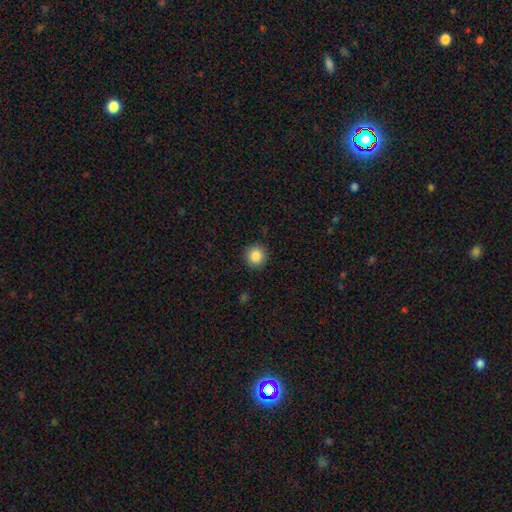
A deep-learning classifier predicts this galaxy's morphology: type=smooth (87%); roundness=round (93%); merging=none (91%).